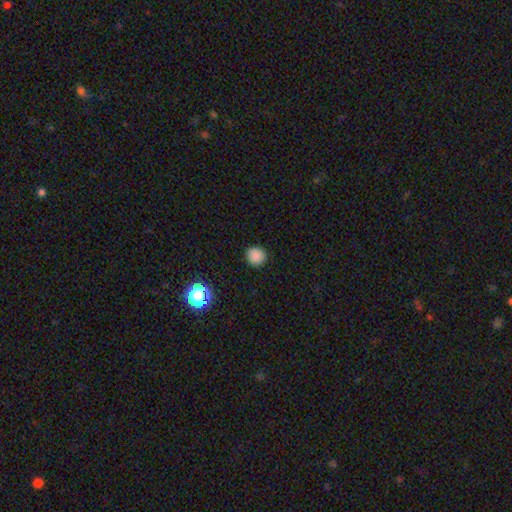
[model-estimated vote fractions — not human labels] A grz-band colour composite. It shows a smooth galaxy with no disk features (83%) that is round (93%). Merging: none (91%).